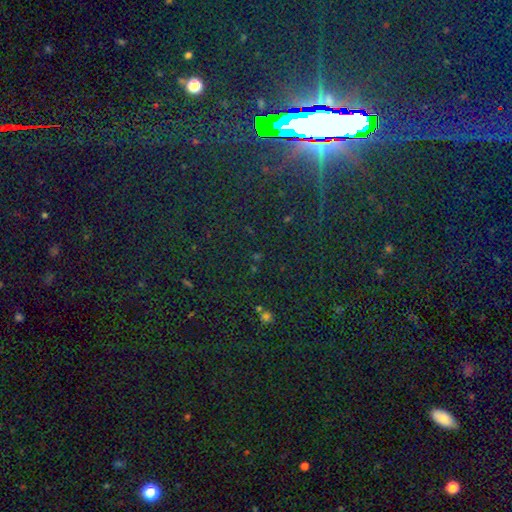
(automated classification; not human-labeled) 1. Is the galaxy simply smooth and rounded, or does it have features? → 78% star or artifact, 12% smooth, 10% featured or disk.